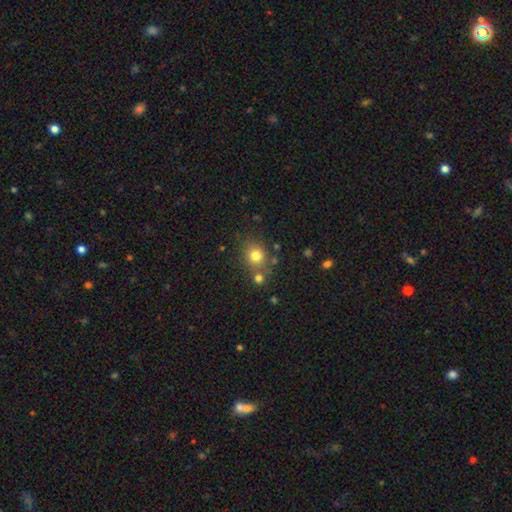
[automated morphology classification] Overall: smooth (78%). How rounded: round (78%). Merging: none (70%).